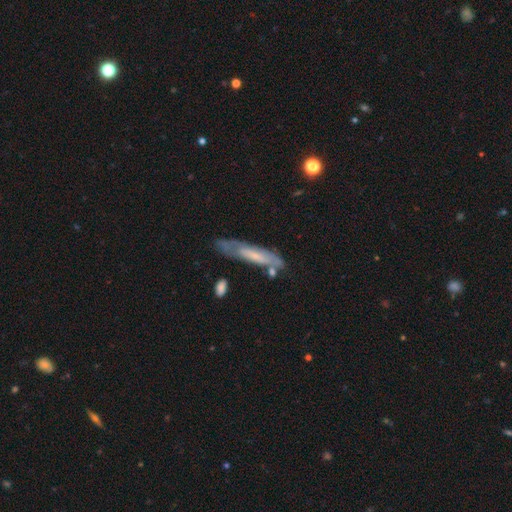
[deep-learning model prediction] Smooth or featured? featured or disk (54%)
Edge-on disk? no (51%)
Merging? none (58%)